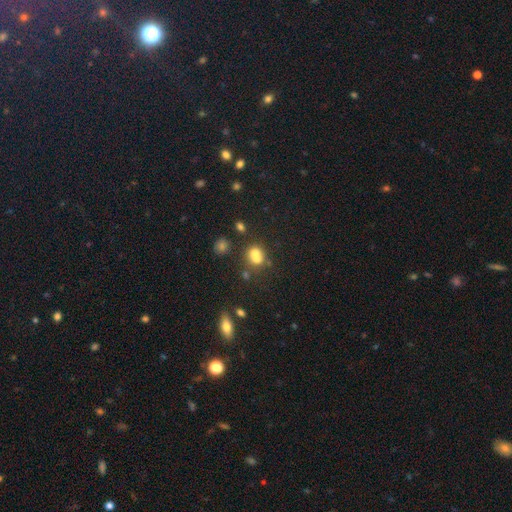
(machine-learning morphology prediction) smooth 66%, featured or disk 17%, star or artifact 16%. Down the decision tree: how rounded — round (70%); merging — merger (55%).